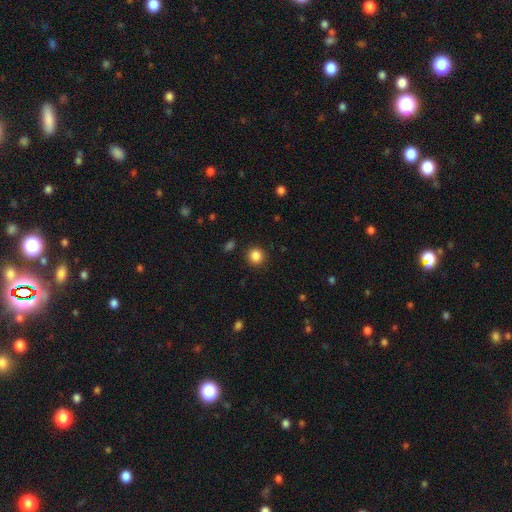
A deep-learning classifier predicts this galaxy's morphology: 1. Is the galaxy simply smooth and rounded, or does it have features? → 86% smooth, 11% star or artifact, 3% featured or disk.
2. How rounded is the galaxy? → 92% round, 7% in between, 1% cigar-shaped.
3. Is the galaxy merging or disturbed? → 90% none, 6% minor disturbance, 2% major disturbance, 1% merger.